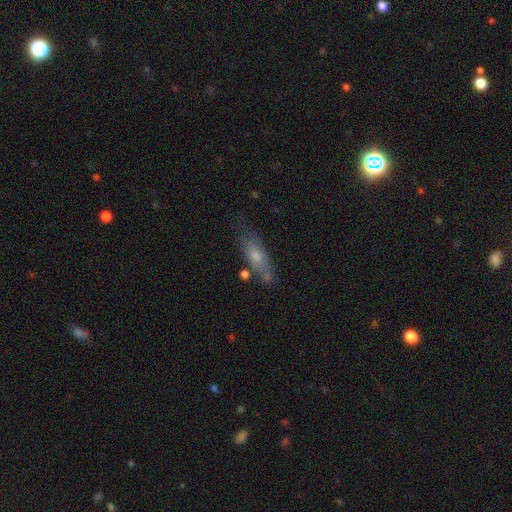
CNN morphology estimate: This is possibly a smooth galaxy (54%). How rounded: possibly in between (48%, tied with cigar-shaped). Merging: likely none (63%).